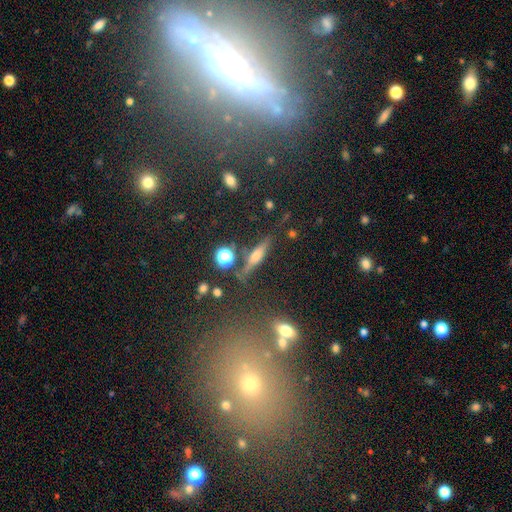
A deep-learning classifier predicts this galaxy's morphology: Smooth or featured: featured or disk — 37% (smooth — 33%)
Merging: none — 80% (minor disturbance — 9%)